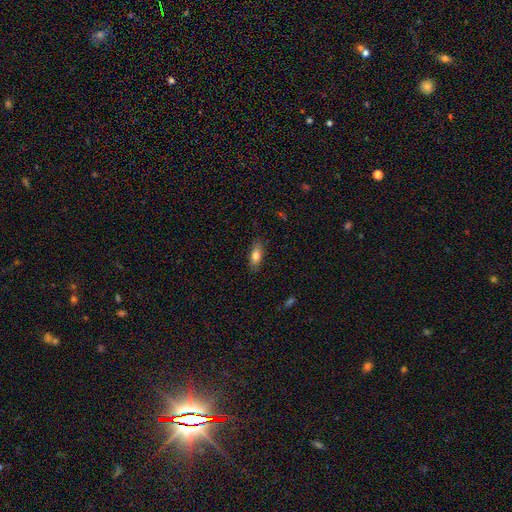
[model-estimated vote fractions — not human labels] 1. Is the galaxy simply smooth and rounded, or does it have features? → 77% smooth, 15% featured or disk, 7% star or artifact.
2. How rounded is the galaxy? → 71% in between, 26% cigar-shaped, 3% round.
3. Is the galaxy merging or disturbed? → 84% none, 13% minor disturbance, 3% major disturbance, 1% merger.